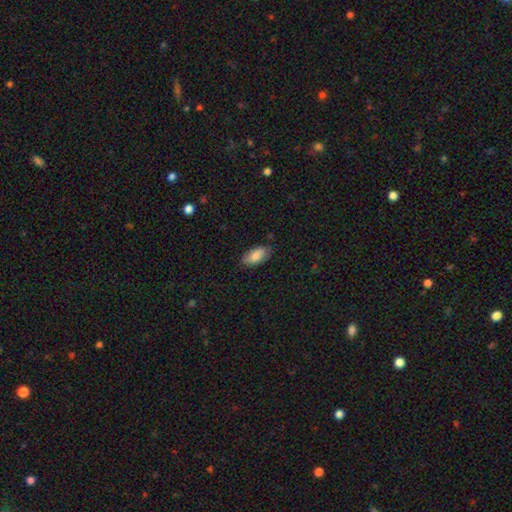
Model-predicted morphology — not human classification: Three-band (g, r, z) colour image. It shows a smooth galaxy with no disk features (82%) that is in between round and cigar-shaped (91%). Merging: none (78%).